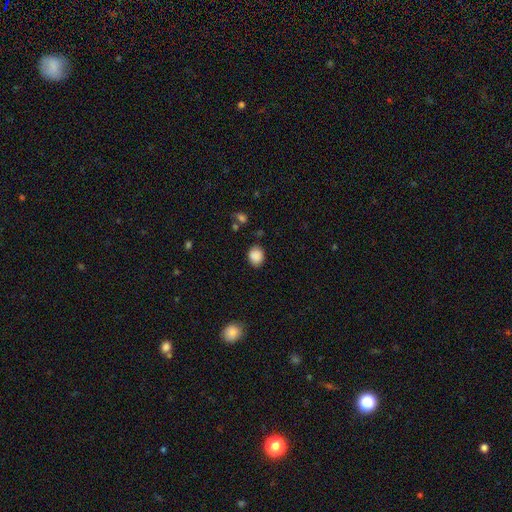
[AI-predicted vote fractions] Smooth or featured?
  - smooth: 88% *
  - star or artifact: 9%
  - featured or disk: 3%
How rounded?
  - round: 59% *
  - in between: 40%
  - cigar-shaped: 1%
Merging?
  - none: 82% *
  - minor disturbance: 12%
  - major disturbance: 3%
  - merger: 2%